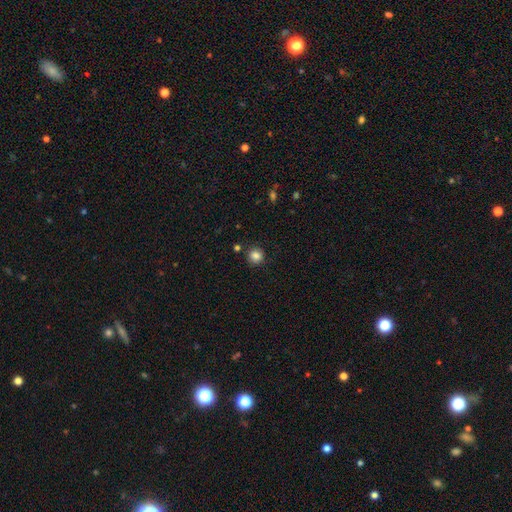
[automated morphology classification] Smooth or featured?
  - smooth: 84% *
  - star or artifact: 11%
  - featured or disk: 5%
How rounded?
  - round: 91% *
  - in between: 8%
  - cigar-shaped: 1%
Merging?
  - none: 87% *
  - minor disturbance: 8%
  - merger: 3%
  - major disturbance: 2%